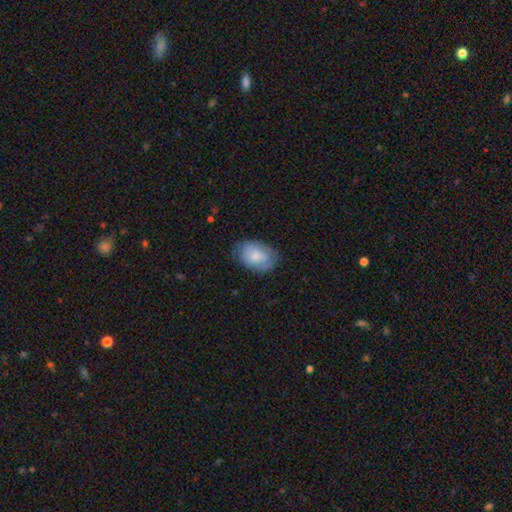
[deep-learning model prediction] smooth-or-featured: smooth: 75% | featured or disk: 18% | star or artifact: 7%
  how-rounded: in between: 82% | round: 17% | cigar-shaped: 1%
  merging: none: 69% | minor disturbance: 23% | major disturbance: 7% | merger: 1%